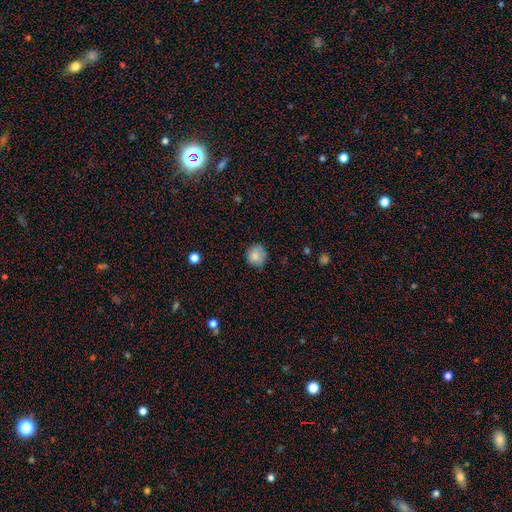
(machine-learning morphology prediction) Smooth or featured? smooth (81%)
How rounded? round (86%)
Merging? none (75%)